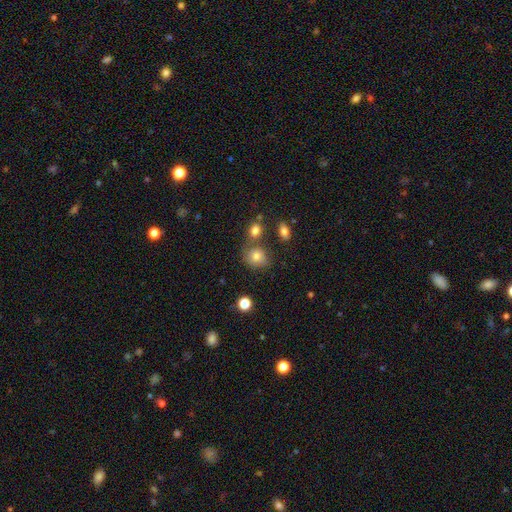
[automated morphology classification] Overall: smooth (77%). How rounded: round (70%). Merging: none (62%).